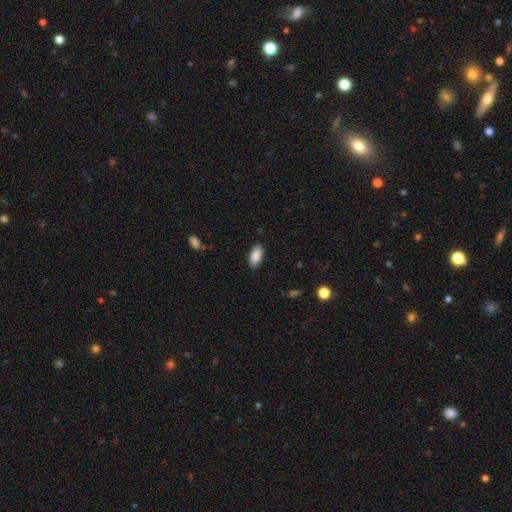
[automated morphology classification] smooth 89%, star or artifact 6%, featured or disk 5%. Down the decision tree: how rounded — in between (91%); merging — none (87%).